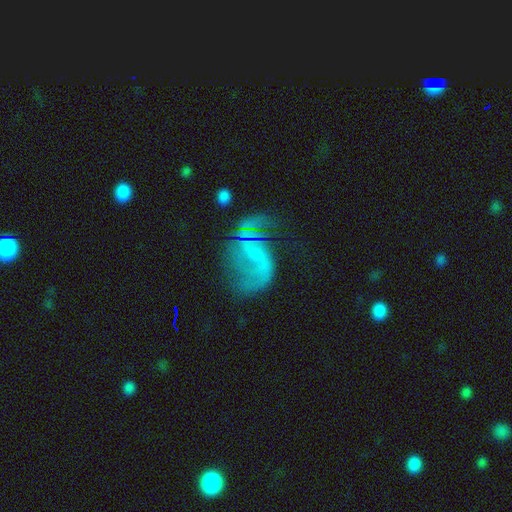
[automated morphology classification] Smooth or featured: featured or disk — 73% (smooth — 16%)
Edge-on disk: no — 98% (yes — 2%)
Bar: no — 50% (weak — 39%)
Spiral arms: yes — 81% (no — 19%)
Spiral winding: loose — 54% (medium — 35%)
Spiral arm count: 2 — 64% (1 — 21%)
Bulge size: none — 54% (small — 32%)
Merging: none — 40% (major disturbance — 35%)